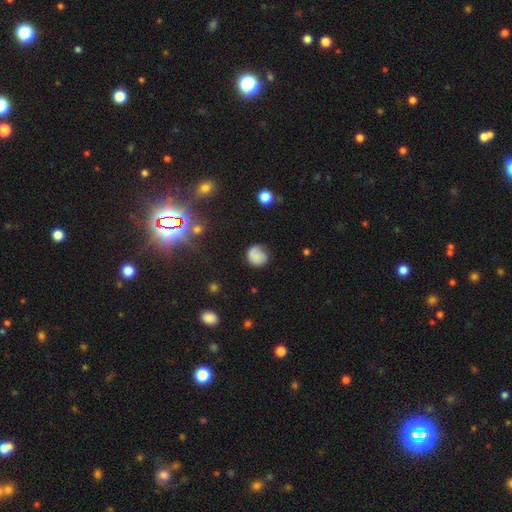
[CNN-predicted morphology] smooth 71%, featured or disk 18%, star or artifact 11%. Down the decision tree: how rounded — round (79%); merging — none (65%).